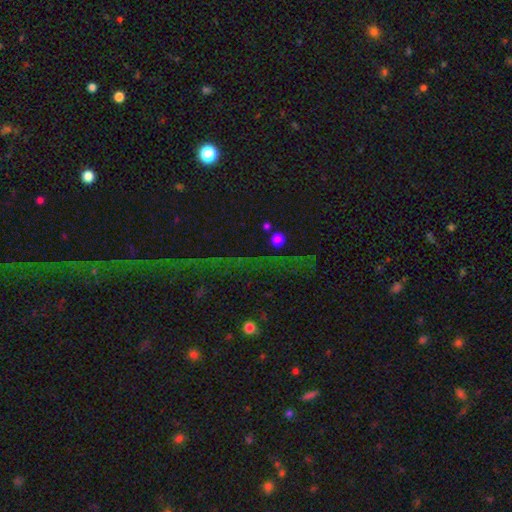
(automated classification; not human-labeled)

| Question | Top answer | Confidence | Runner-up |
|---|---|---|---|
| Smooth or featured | star or artifact | 69% | smooth (17%) |